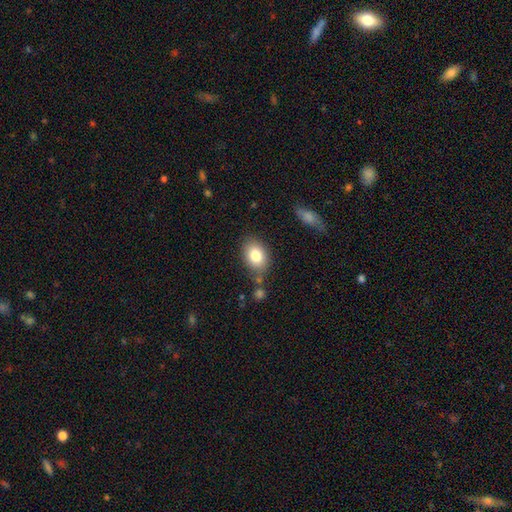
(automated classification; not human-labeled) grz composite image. It shows a smooth galaxy with no disk features (80%) that is in between round and cigar-shaped (77%). Merging: none (74%).